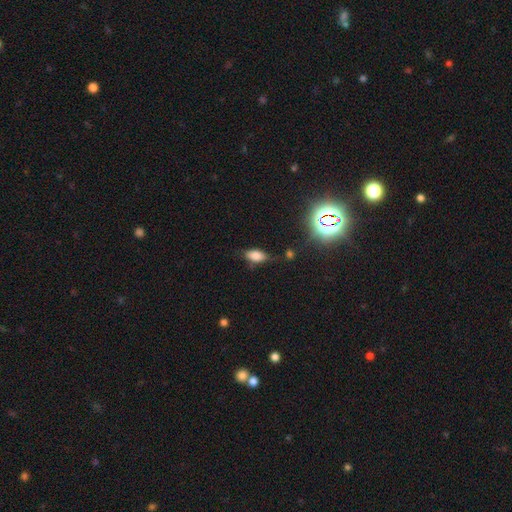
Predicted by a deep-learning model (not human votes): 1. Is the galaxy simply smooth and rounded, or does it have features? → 77% smooth, 13% star or artifact, 10% featured or disk.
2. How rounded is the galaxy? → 88% in between, 7% cigar-shaped, 5% round.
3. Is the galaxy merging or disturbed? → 65% none, 25% minor disturbance, 6% major disturbance, 3% merger.